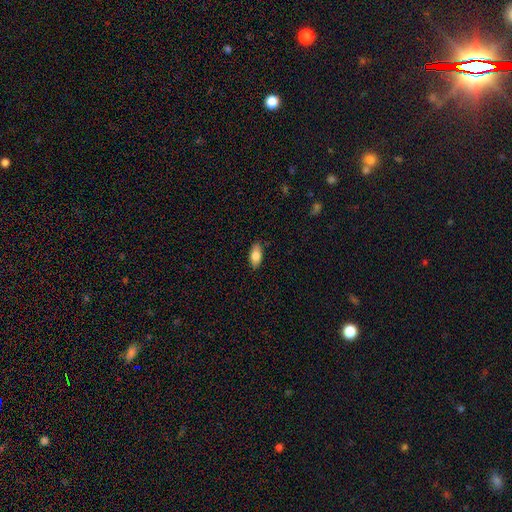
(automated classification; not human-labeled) Smooth or featured? smooth (81%)
How rounded? in between (90%)
Merging? none (87%)